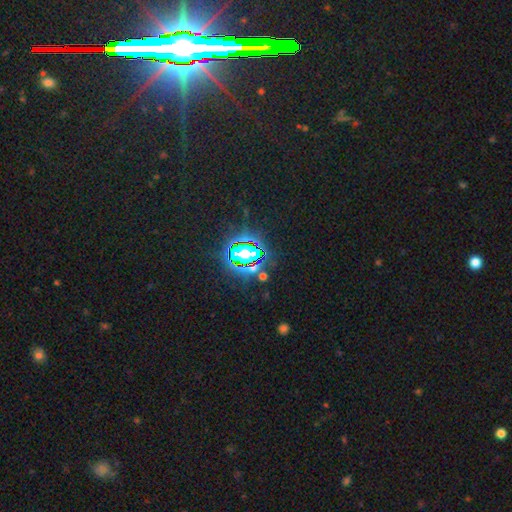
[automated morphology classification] smooth_or_featured: star or artifact (p=0.85) [alt: smooth p=0.08]